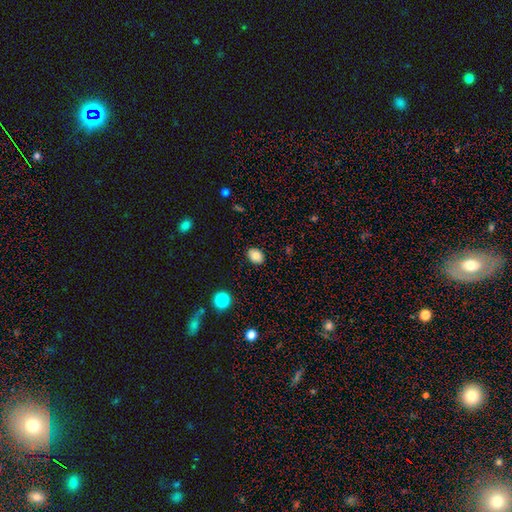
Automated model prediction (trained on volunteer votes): Morphology: type=smooth (80%); roundness=in between (66%); merging=none (88%).